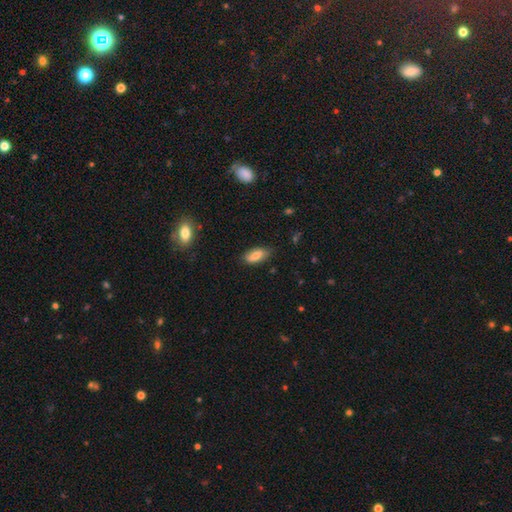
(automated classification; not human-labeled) Overall: smooth (81%). How rounded: in between (85%). Merging: none (76%).